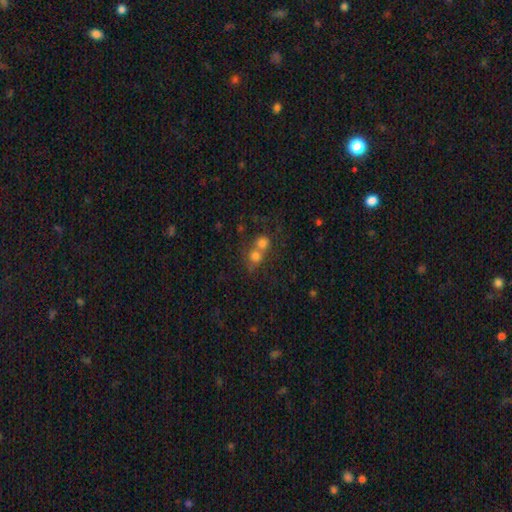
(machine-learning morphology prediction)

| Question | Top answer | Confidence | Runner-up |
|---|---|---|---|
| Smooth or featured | smooth | 72% | star or artifact (14%) |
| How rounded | round | 82% | in between (17%) |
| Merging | merger | 58% | none (33%) |